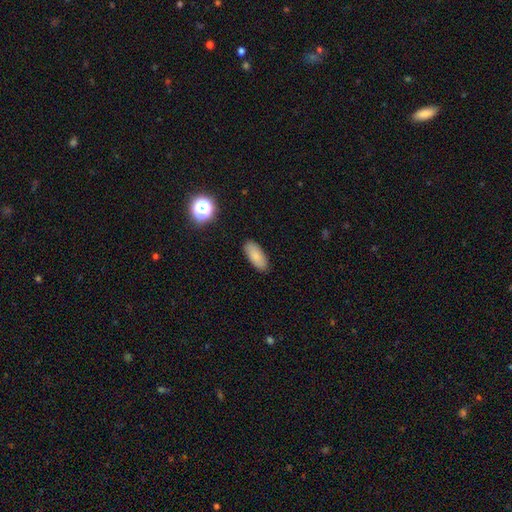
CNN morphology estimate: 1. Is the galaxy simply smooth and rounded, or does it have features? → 84% smooth, 8% star or artifact, 8% featured or disk.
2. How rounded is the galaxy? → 84% in between, 14% cigar-shaped, 2% round.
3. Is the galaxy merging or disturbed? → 87% none, 9% minor disturbance, 2% major disturbance, 1% merger.